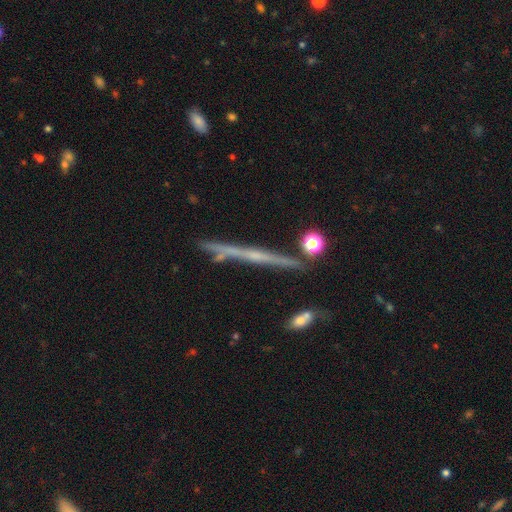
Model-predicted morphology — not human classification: smooth-or-featured: featured or disk: 69% | smooth: 22% | star or artifact: 9%
  disk-edge-on: yes: 97% | no: 3%
    edge-on-bulge: none: 61% | rounded: 33% | boxy: 6%
  merging: none: 83% | minor disturbance: 10% | merger: 4% | major disturbance: 2%